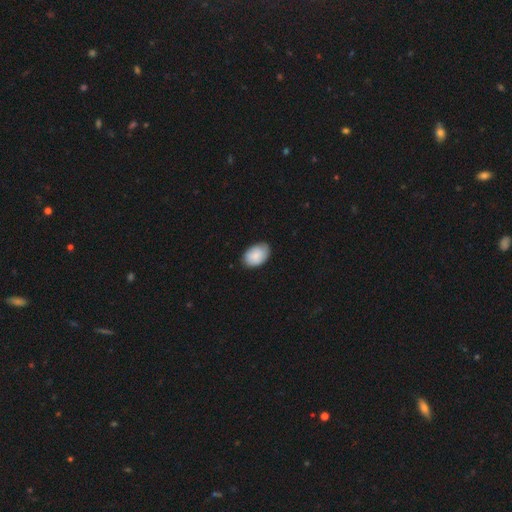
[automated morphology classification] Smooth or featured: smooth — 86% (featured or disk — 8%)
How rounded: in between — 87% (round — 12%)
Merging: none — 79% (minor disturbance — 18%)